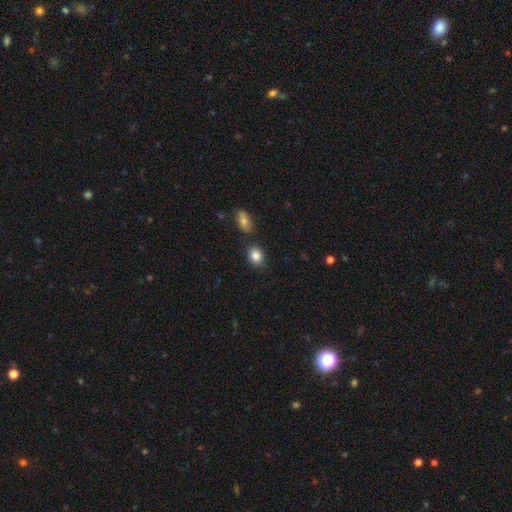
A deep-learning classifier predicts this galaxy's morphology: Overall: smooth (85%). How rounded: in between (55%; round 43%). Merging: none (78%).